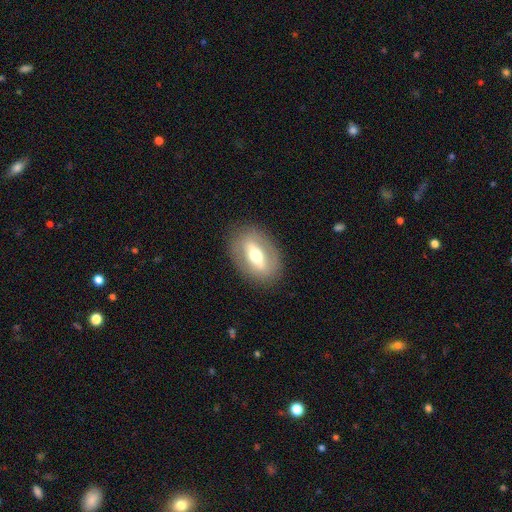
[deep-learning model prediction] Morphology: type=featured or disk (55%); edge-on=no (78%); merging=none (84%).